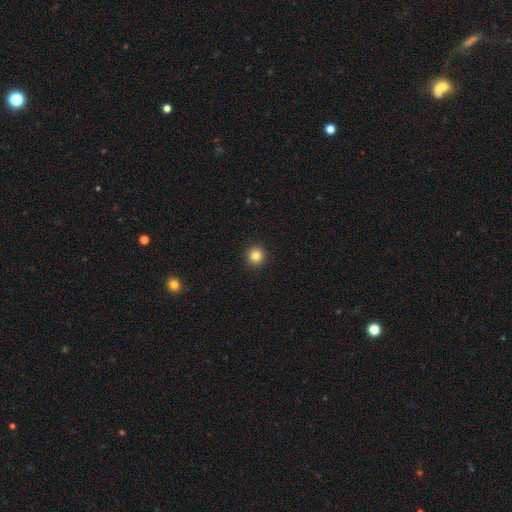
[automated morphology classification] Smooth or featured? Predicted: smooth (p=0.84). How rounded? Predicted: round (p=0.94). Merging? Predicted: none (p=0.93).